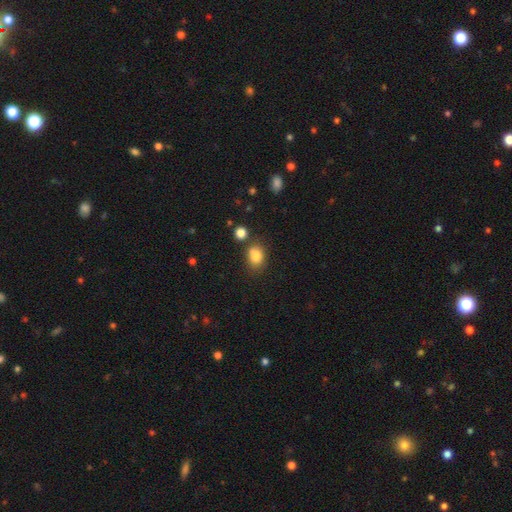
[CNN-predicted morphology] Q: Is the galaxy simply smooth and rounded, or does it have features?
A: smooth — 83%.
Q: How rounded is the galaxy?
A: in between — 65%.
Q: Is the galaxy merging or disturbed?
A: none — 65%.